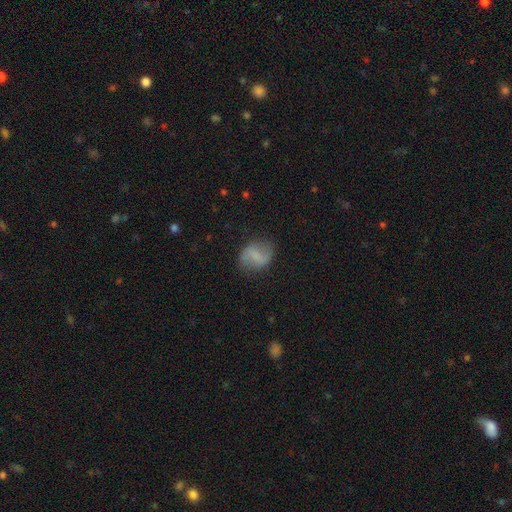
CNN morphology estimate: Smooth or featured? featured or disk (51%)
Edge-on disk? no (97%)
Merging? none (78%)